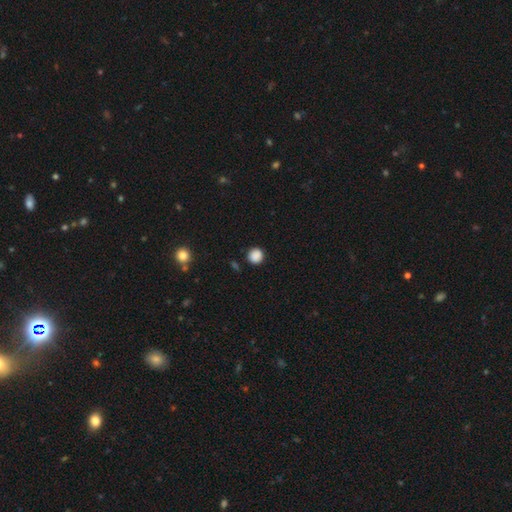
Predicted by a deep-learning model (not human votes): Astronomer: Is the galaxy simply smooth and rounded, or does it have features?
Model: smooth — 87%.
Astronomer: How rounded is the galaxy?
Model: round — 93%.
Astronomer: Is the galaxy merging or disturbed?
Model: none — 88%.